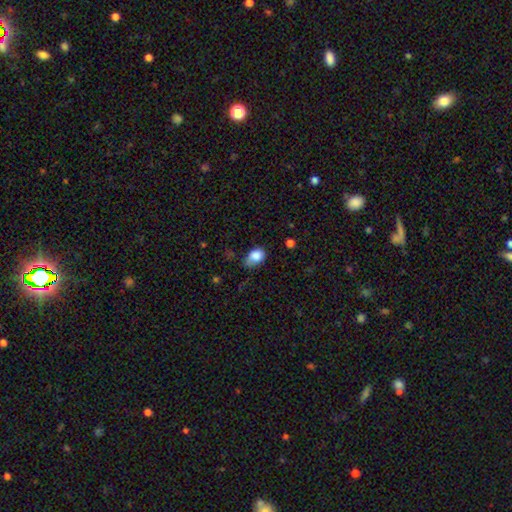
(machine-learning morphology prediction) Smooth or featured: smooth — 84% (star or artifact — 9%)
How rounded: in between — 74% (round — 25%)
Merging: minor disturbance — 43% (none — 38%)